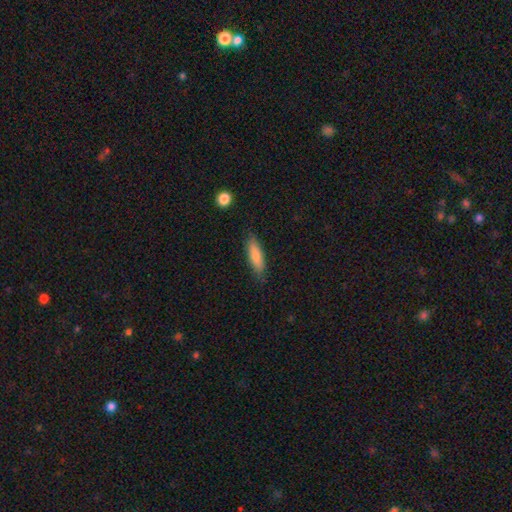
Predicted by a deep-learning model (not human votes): Smooth or featured?
  - smooth: 82% *
  - featured or disk: 12%
  - star or artifact: 6%
How rounded?
  - cigar-shaped: 61% *
  - in between: 38%
  - round: 2%
Merging?
  - none: 83% *
  - minor disturbance: 13%
  - major disturbance: 3%
  - merger: 1%